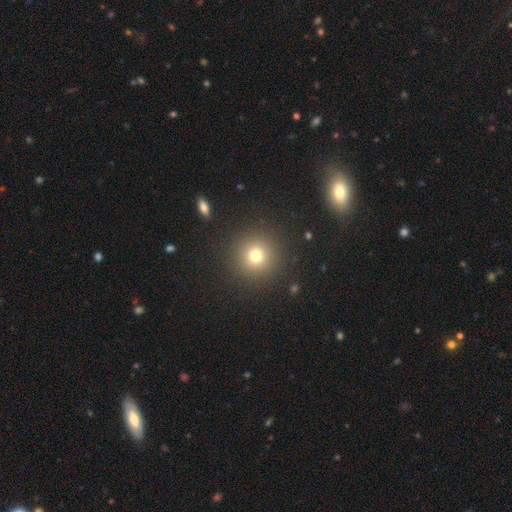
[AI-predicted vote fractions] smooth-or-featured: smooth: 75% | star or artifact: 16% | featured or disk: 9%
  how-rounded: round: 95% | in between: 4% | cigar-shaped: 1%
  merging: none: 90% | minor disturbance: 5% | major disturbance: 3% | merger: 1%